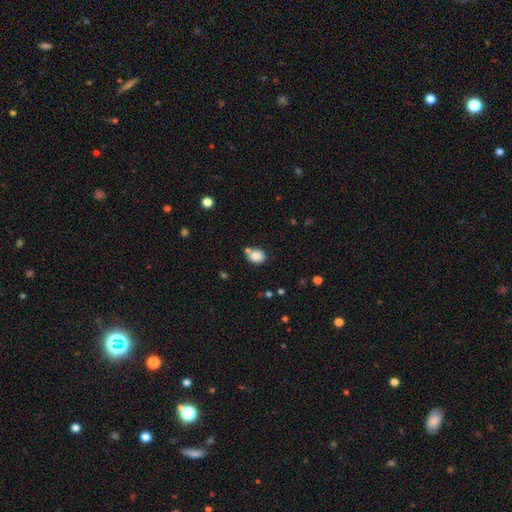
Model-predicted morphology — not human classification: Smooth or featured?
  - smooth: 85% *
  - star or artifact: 10%
  - featured or disk: 5%
How rounded?
  - round: 67% *
  - in between: 32%
  - cigar-shaped: 1%
Merging?
  - none: 63% *
  - merger: 18%
  - minor disturbance: 15%
  - major disturbance: 4%